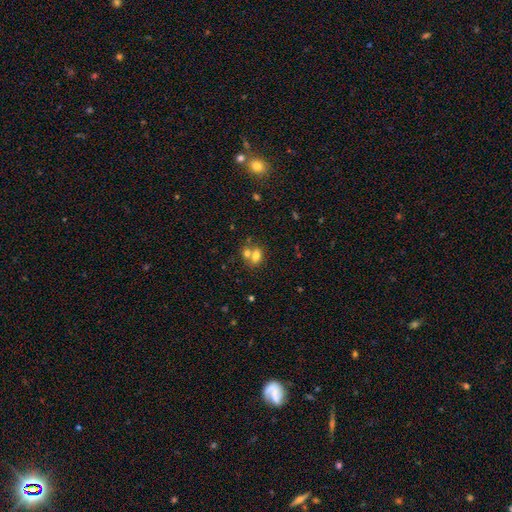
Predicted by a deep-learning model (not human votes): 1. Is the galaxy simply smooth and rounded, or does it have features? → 73% smooth, 15% featured or disk, 12% star or artifact.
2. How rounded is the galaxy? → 68% in between, 30% round, 2% cigar-shaped.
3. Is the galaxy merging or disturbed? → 52% merger, 36% none, 8% minor disturbance, 4% major disturbance.